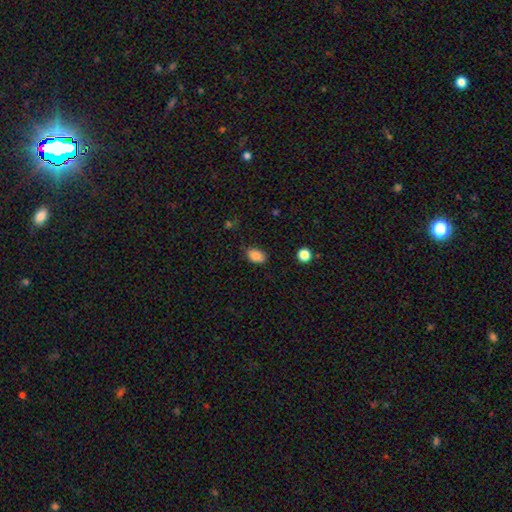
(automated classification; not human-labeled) Smooth or featured? smooth (86%)
How rounded? in between (86%)
Merging? none (79%)